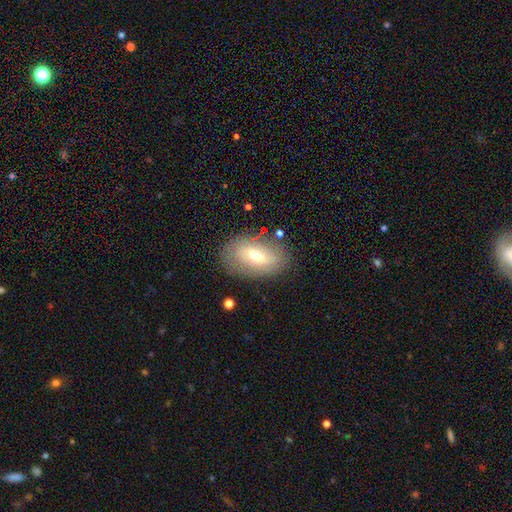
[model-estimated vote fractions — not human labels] This is possibly a smooth galaxy (55%). How rounded: clearly in between (89%). Merging: likely none (80%).